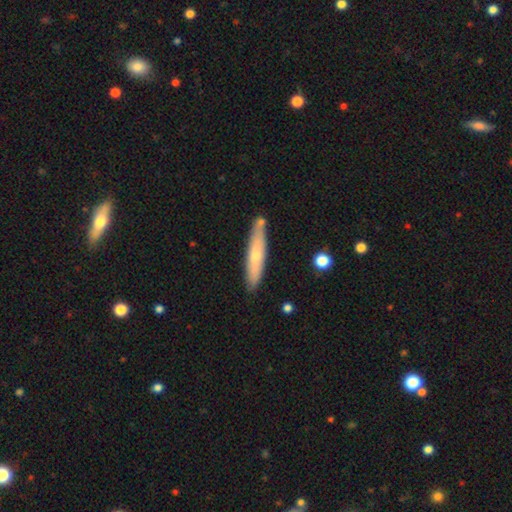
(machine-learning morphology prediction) smooth-or-featured: smooth: 57% | featured or disk: 37% | star or artifact: 6%
  how-rounded: cigar-shaped: 89% | in between: 10% | round: 1%
  merging: none: 80% | minor disturbance: 13% | merger: 5% | major disturbance: 2%